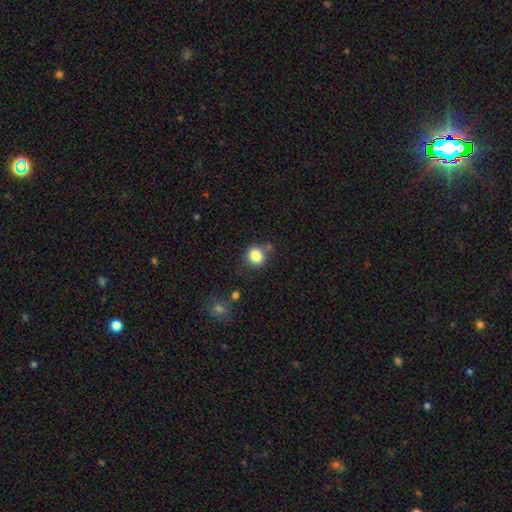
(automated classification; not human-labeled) A smooth galaxy with no disk features (83%) that is round (77%).

Vote fractions:
- Smooth or featured? smooth: 83% / star or artifact: 11% / featured or disk: 6%
- How rounded? round: 77% / in between: 22% / cigar-shaped: 1%
- Merging? none: 74% / minor disturbance: 15% / merger: 8% / major disturbance: 4%